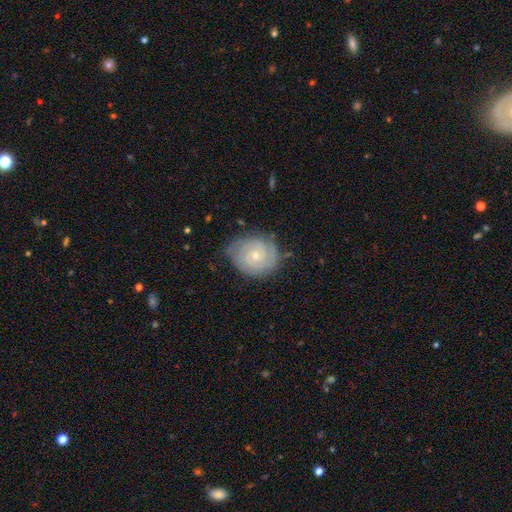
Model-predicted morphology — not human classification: featured or disk 84%, smooth 11%, star or artifact 6%. Down the decision tree: edge-on disk — no (98%); bar — no (71%); spiral arms — yes (97%); spiral arm count — 2 (50%); spiral winding — tight (79%); bulge size — small (68%); merging — none (78%).